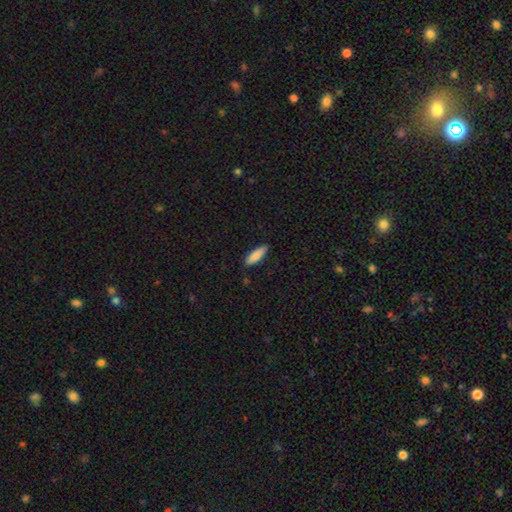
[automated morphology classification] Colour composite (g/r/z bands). It shows a smooth galaxy with no disk features (85%) that is cigar-shaped (56%). Merging: none (87%).